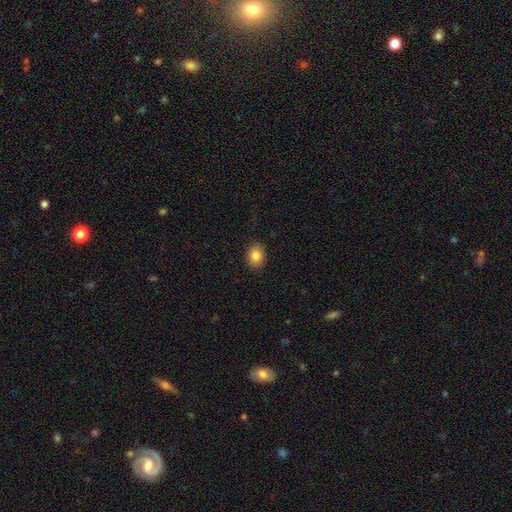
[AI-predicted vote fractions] Smooth or featured? smooth (85%)
How rounded? in between (61%)
Merging? none (89%)